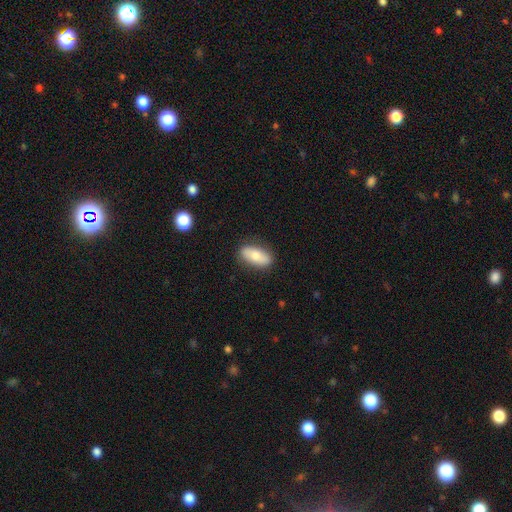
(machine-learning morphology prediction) A smooth galaxy with no disk features (71%) that is in between round and cigar-shaped (85%). Merging: none (84%).